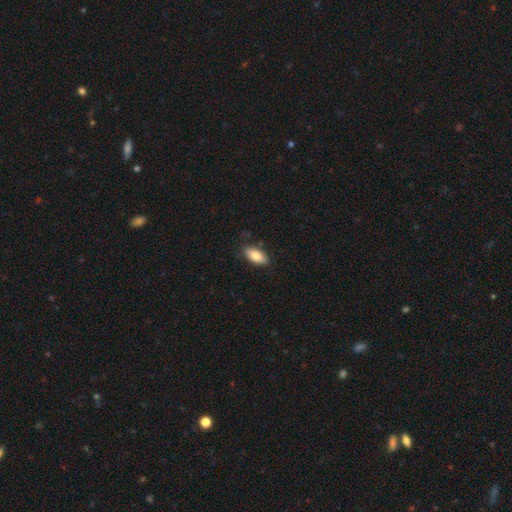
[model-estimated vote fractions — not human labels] The model was most divided on "smooth or featured": smooth: 80%, featured or disk: 13%, star or artifact: 7%. More confident: how rounded — in between (89%); merging — none (83%).